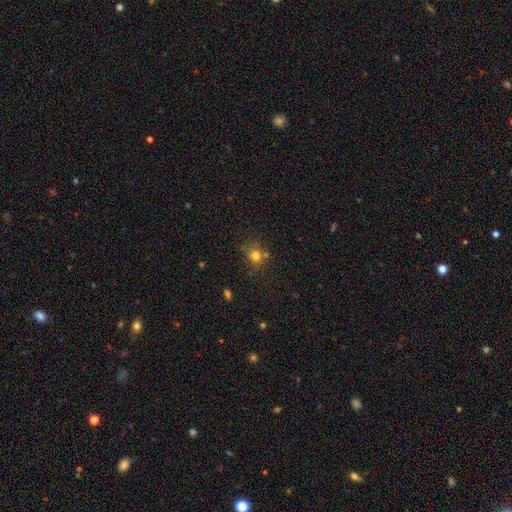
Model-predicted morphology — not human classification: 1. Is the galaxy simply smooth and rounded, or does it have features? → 74% smooth, 16% star or artifact, 10% featured or disk.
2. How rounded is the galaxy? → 76% round, 23% in between, 1% cigar-shaped.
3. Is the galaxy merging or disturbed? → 67% none, 16% minor disturbance, 12% merger, 5% major disturbance.